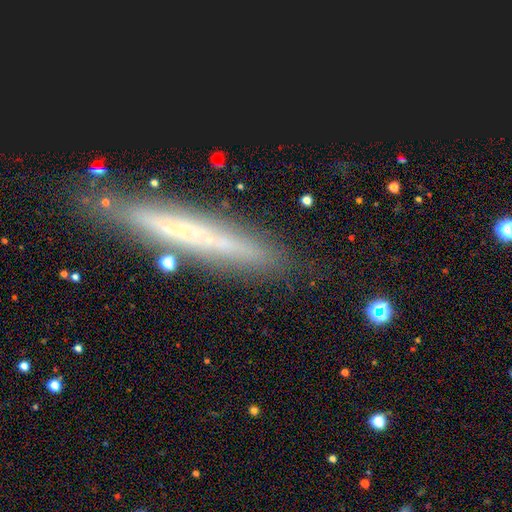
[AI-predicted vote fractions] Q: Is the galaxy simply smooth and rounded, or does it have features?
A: featured or disk — 57%.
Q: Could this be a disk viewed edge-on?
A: yes — 82%.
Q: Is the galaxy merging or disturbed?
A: none — 84%.